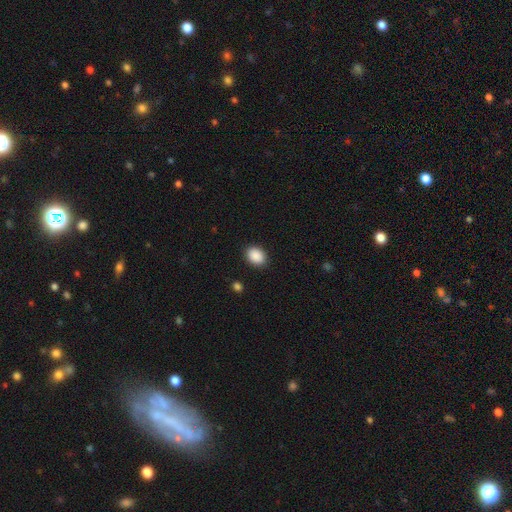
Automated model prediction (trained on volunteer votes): Morphology: type=smooth (90%); roundness=in between (67%); merging=none (90%).